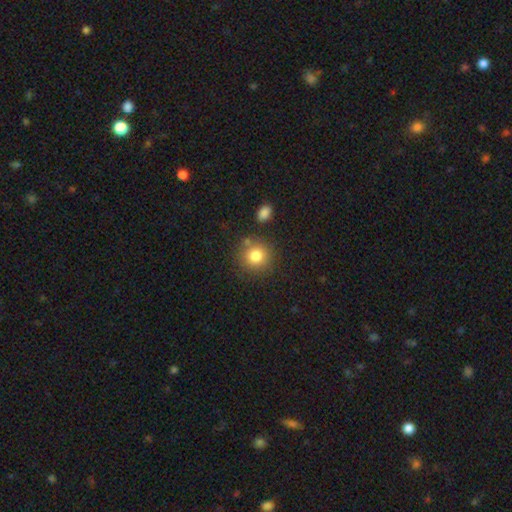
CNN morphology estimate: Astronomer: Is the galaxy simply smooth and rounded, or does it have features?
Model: smooth — 82%.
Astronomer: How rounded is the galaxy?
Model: round — 90%.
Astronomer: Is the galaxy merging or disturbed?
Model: none — 79%.